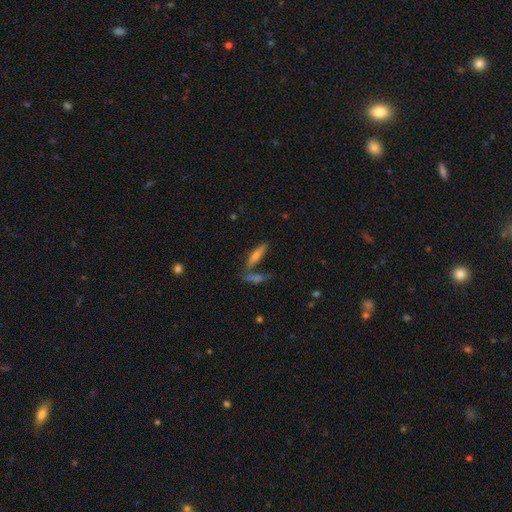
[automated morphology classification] smooth_or_featured: smooth (p=0.53) [alt: featured or disk p=0.37]
how_rounded: cigar-shaped (p=0.72) [alt: in between p=0.26]
merging: none (p=0.55) [alt: merger p=0.30]